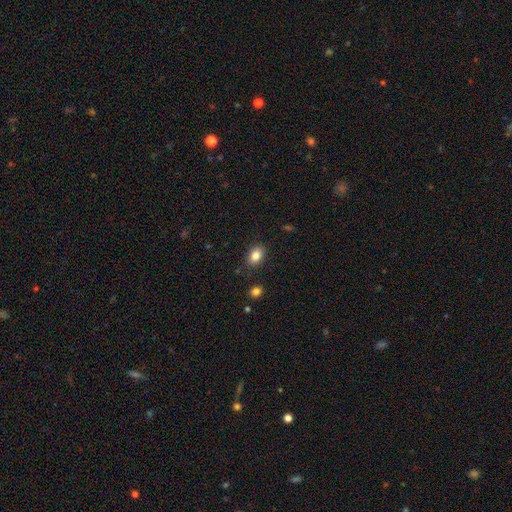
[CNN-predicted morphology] Smooth or featured? Predicted: smooth (p=0.85). How rounded? Predicted: in between (p=0.82). Merging? Predicted: none (p=0.84).